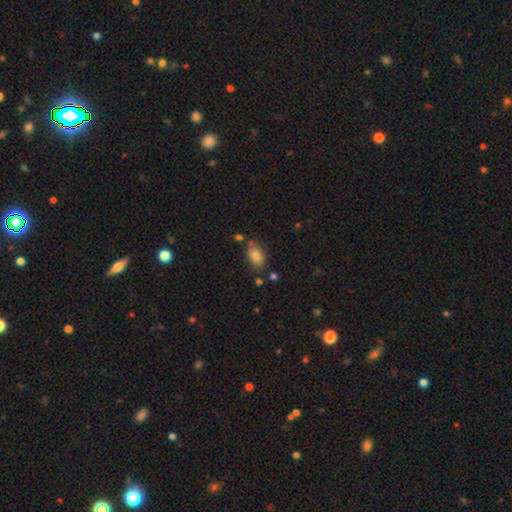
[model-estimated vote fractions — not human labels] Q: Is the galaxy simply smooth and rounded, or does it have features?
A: smooth — 82%.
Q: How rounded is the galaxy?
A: in between — 86%.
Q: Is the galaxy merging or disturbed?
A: none — 76%.